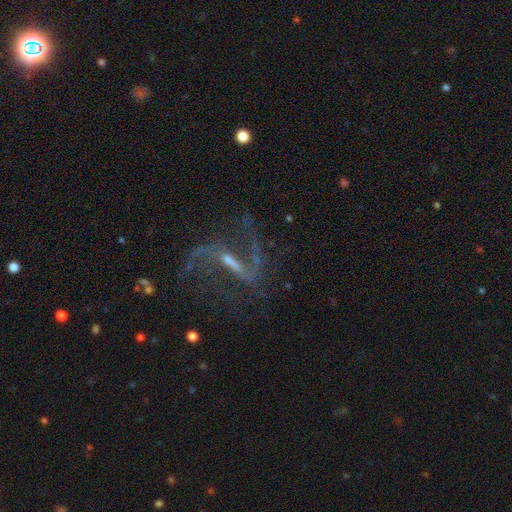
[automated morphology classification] The model was most divided on "bar": strong: 46%, weak: 40%, no: 15%. More confident: spiral arms — yes (93%); edge-on disk — no (92%); spiral arm count — 2 (87%); smooth or featured — featured or disk (85%); spiral winding — loose (77%); merging — none (61%); bulge size — small (55%).